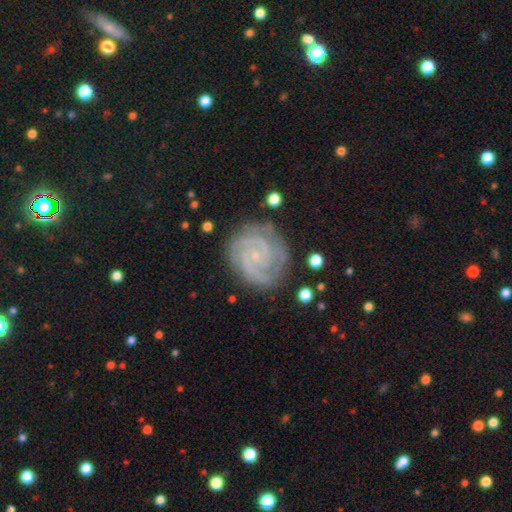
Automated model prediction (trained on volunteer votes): featured or disk 88%, star or artifact 6%, smooth 6%. Down the decision tree: edge-on disk — no (98%); bar — no (65%); spiral arms — yes (98%); spiral arm count — 2 (41%); spiral winding — tight (74%); bulge size — small (83%); merging — none (79%).